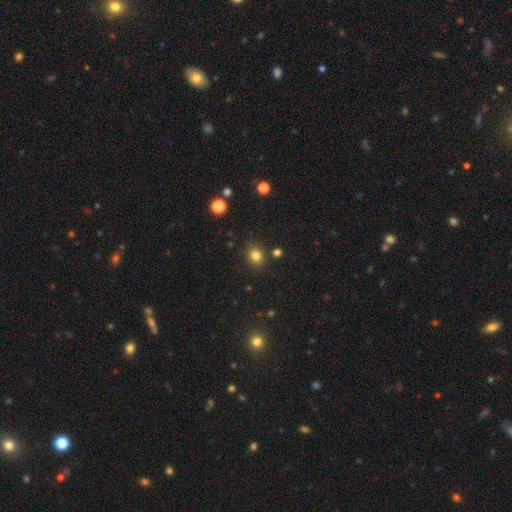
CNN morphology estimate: A smooth galaxy with no disk features (81%) that is round (65%). Merging: none (84%).